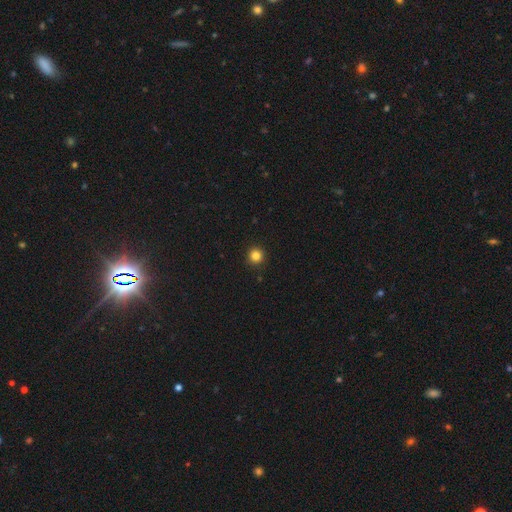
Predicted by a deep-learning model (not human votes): A smooth galaxy with no disk features (84%) that is round (96%).

Vote fractions:
- Smooth or featured? smooth: 84% / star or artifact: 12% / featured or disk: 4%
- How rounded? round: 96% / in between: 3% / cigar-shaped: 1%
- Merging? none: 92% / minor disturbance: 5% / major disturbance: 2% / merger: 1%